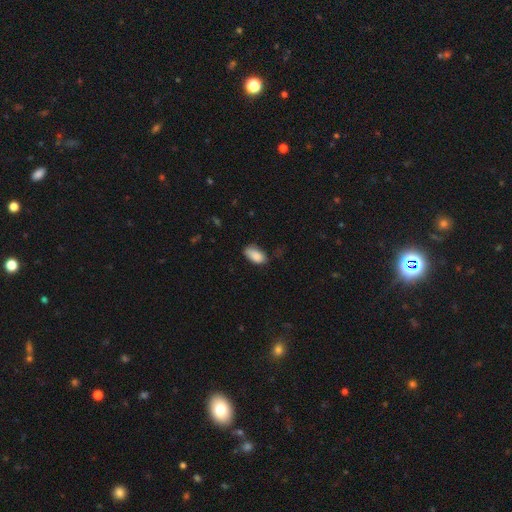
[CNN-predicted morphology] A smooth galaxy with no disk features (88%) that is in between round and cigar-shaped (93%).

Vote fractions:
- Smooth or featured? smooth: 88% / star or artifact: 7% / featured or disk: 5%
- How rounded? in between: 93% / cigar-shaped: 4% / round: 3%
- Merging? none: 64% / minor disturbance: 28% / major disturbance: 6% / merger: 2%